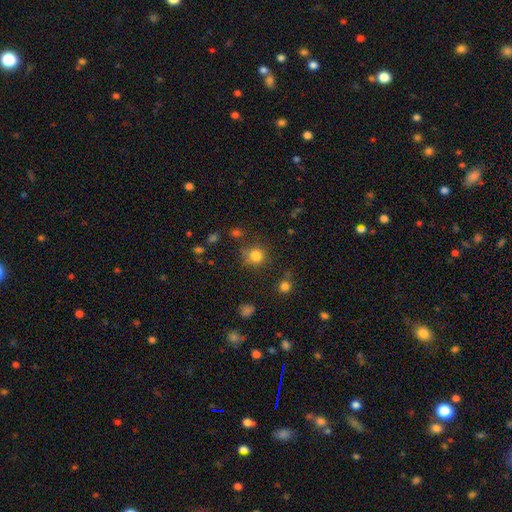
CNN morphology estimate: This appears to be a smooth galaxy with no disk features (81%) that is round (89%). Merging: none (76%).